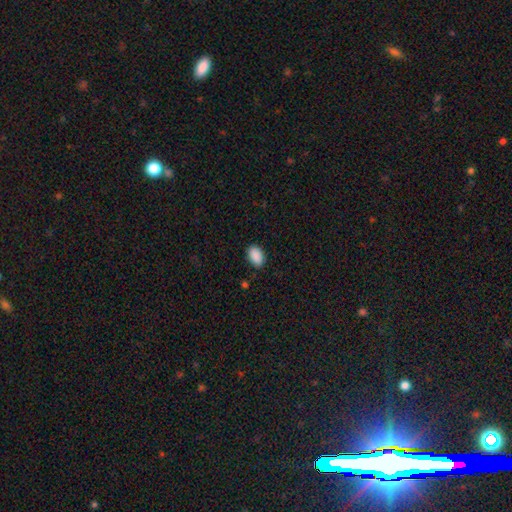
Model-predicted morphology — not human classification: This appears to be a smooth galaxy with no disk features (90%) that is in between round and cigar-shaped (88%). Merging: none (85%).